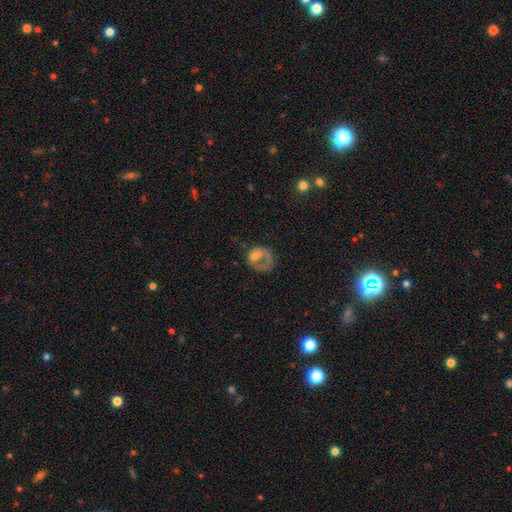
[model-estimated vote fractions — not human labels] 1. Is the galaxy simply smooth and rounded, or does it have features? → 45% featured or disk, 40% smooth, 15% star or artifact.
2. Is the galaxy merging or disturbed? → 45% major disturbance, 32% none, 17% minor disturbance, 6% merger.